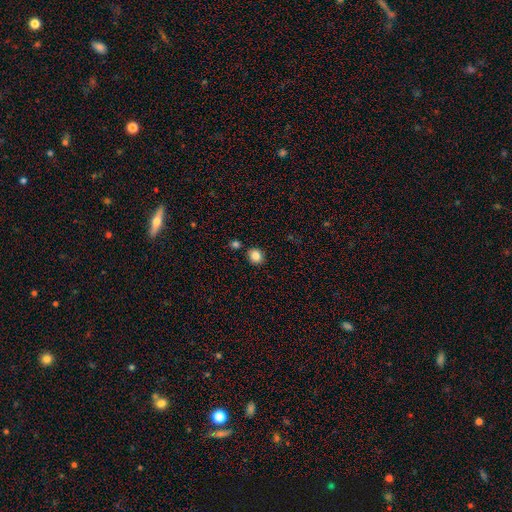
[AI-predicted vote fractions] A smooth galaxy with no disk features (84%) that is round (79%). Merging: none (84%).